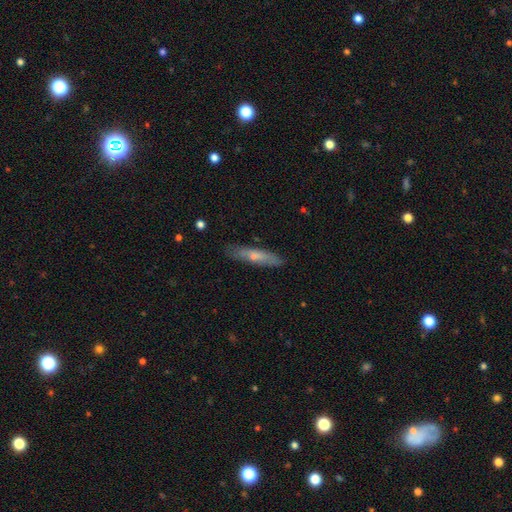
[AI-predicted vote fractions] smooth 58%, featured or disk 36%, star or artifact 6%. Down the decision tree: how rounded — cigar-shaped (84%); merging — none (83%).